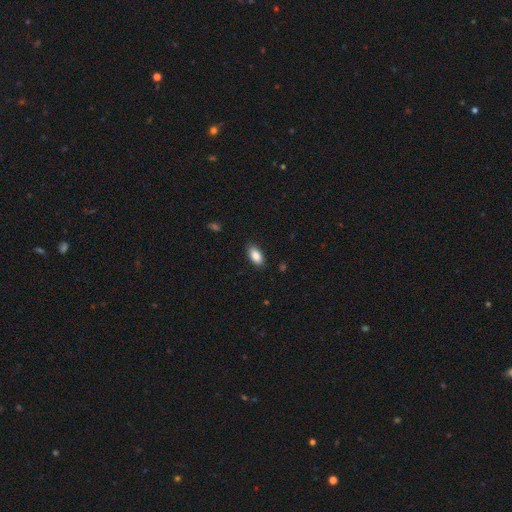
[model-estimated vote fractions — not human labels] A smooth galaxy with no disk features (87%) that is in between round and cigar-shaped (91%).

Vote fractions:
- Smooth or featured? smooth: 87% / star or artifact: 7% / featured or disk: 6%
- How rounded? in between: 91% / cigar-shaped: 6% / round: 3%
- Merging? none: 87% / minor disturbance: 10% / major disturbance: 2% / merger: 1%